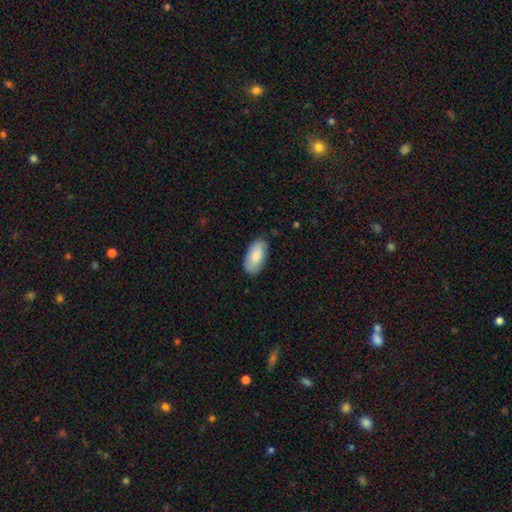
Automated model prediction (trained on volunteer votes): This is likely a smooth galaxy (79%). How rounded: clearly in between (94%). Merging: likely none (80%).